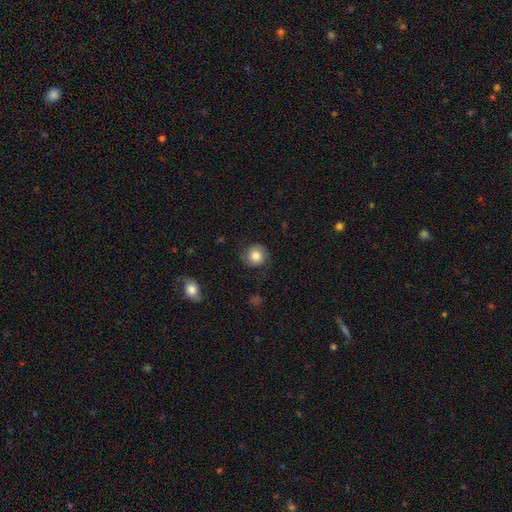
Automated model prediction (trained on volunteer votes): smooth_or_featured: smooth (p=0.66) [alt: featured or disk p=0.25]
how_rounded: round (p=0.87) [alt: in between p=0.12]
merging: none (p=0.74) [alt: minor disturbance p=0.17]